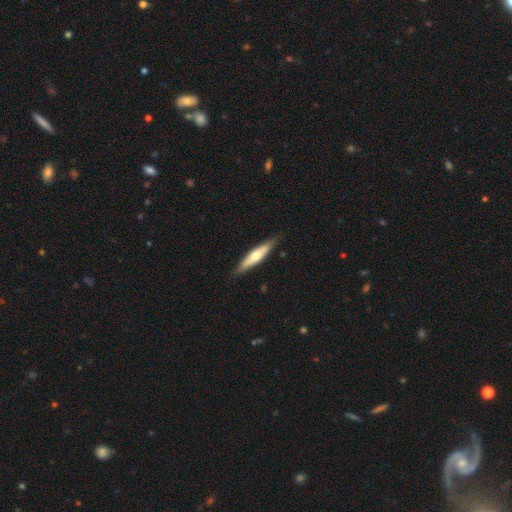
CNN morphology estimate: Smooth or featured: smooth — 51% (featured or disk — 44%)
How rounded: cigar-shaped — 80% (in between — 18%)
Merging: none — 86% (minor disturbance — 11%)